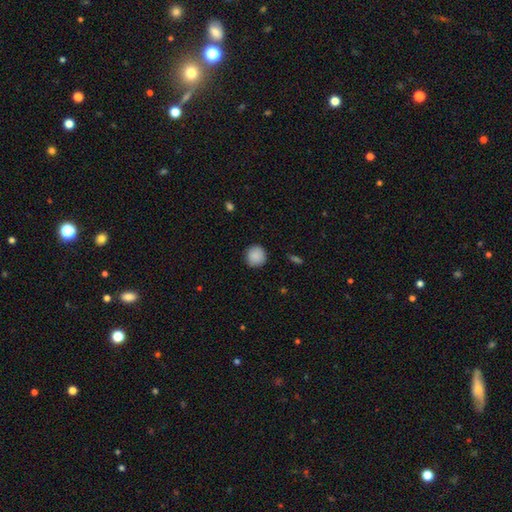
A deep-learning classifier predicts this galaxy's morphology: smooth_or_featured: smooth (p=0.89) [alt: star or artifact p=0.08]
how_rounded: round (p=0.93) [alt: in between p=0.06]
merging: none (p=0.90) [alt: minor disturbance p=0.07]